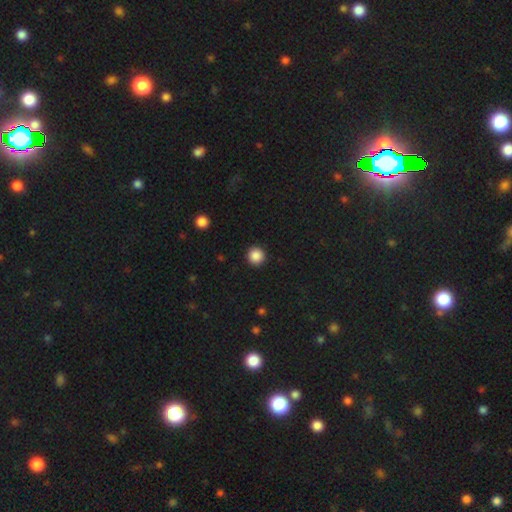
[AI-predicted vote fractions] smooth-or-featured: smooth: 87% | star or artifact: 10% | featured or disk: 3%
  how-rounded: round: 95% | in between: 4% | cigar-shaped: 1%
  merging: none: 93% | minor disturbance: 4% | major disturbance: 2% | merger: 1%